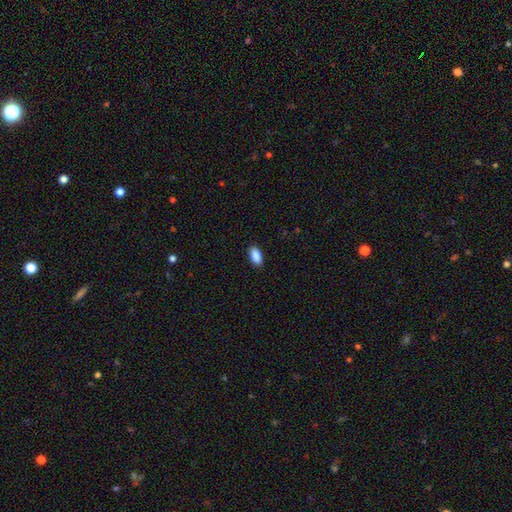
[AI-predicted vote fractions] Q: Smooth or featured?
A: smooth (90%); runner-up: star or artifact (7%)
Q: How rounded?
A: in between (92%); runner-up: cigar-shaped (5%)
Q: Merging?
A: none (90%); runner-up: minor disturbance (8%)